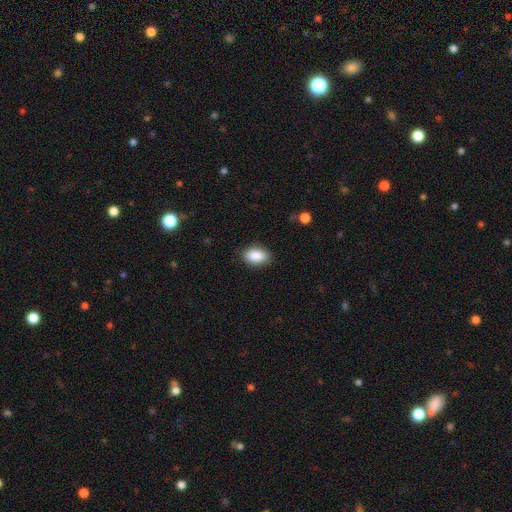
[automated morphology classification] Smooth or featured: smooth — 89% (star or artifact — 7%)
How rounded: in between — 91% (round — 7%)
Merging: none — 86% (minor disturbance — 10%)